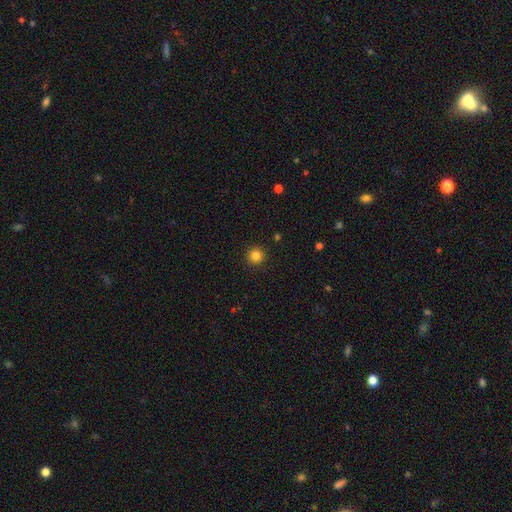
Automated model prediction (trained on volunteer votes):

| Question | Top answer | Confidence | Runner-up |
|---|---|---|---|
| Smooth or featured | smooth | 84% | star or artifact (12%) |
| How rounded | round | 95% | in between (4%) |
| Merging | none | 92% | minor disturbance (5%) |